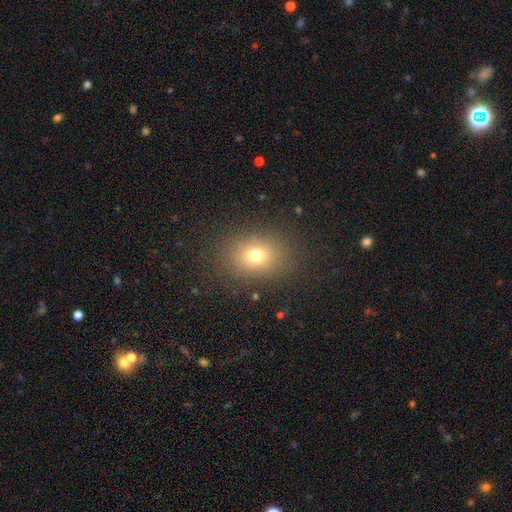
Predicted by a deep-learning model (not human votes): Smooth or featured?
  - smooth: 72% *
  - star or artifact: 17%
  - featured or disk: 12%
How rounded?
  - in between: 53% *
  - round: 46%
  - cigar-shaped: 1%
Merging?
  - none: 85% *
  - minor disturbance: 9%
  - major disturbance: 5%
  - merger: 1%